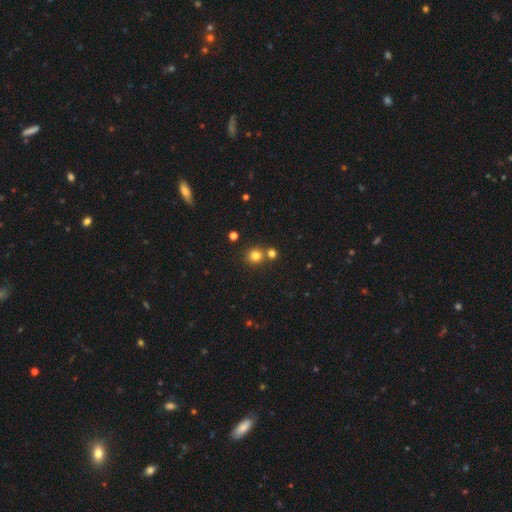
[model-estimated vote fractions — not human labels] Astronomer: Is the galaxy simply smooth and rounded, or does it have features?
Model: smooth — 80%.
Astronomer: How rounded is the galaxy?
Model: round — 88%.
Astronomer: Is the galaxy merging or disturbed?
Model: none — 69%.